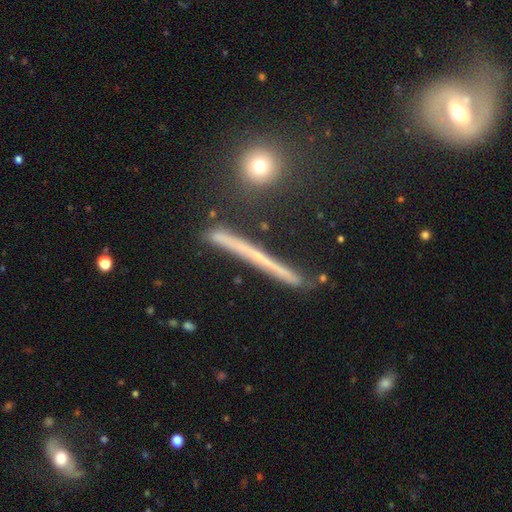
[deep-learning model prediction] Smooth or featured? Predicted: featured or disk (p=0.57). Edge-on disk? Predicted: yes (p=0.95). Edge-on bulge? Predicted: none (p=0.91). Merging? Predicted: none (p=0.83).